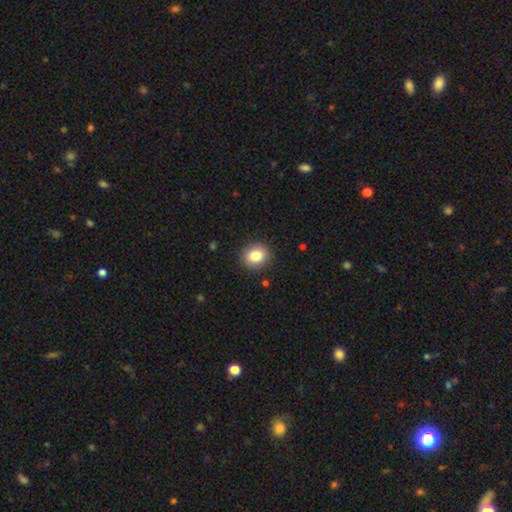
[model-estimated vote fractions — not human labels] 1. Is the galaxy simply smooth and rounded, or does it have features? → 83% smooth, 10% star or artifact, 7% featured or disk.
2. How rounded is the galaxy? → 70% round, 29% in between, 1% cigar-shaped.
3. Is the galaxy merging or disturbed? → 90% none, 7% minor disturbance, 2% major disturbance, 1% merger.